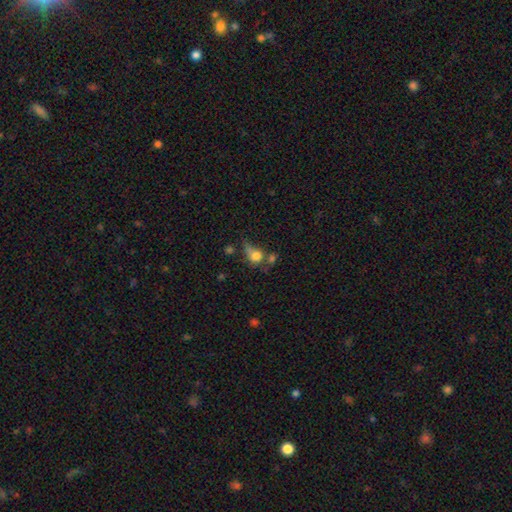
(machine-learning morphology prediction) Q: Smooth or featured?
A: smooth (74%); runner-up: featured or disk (14%)
Q: How rounded?
A: round (66%); runner-up: in between (32%)
Q: Merging?
A: merger (31%); runner-up: none (30%)